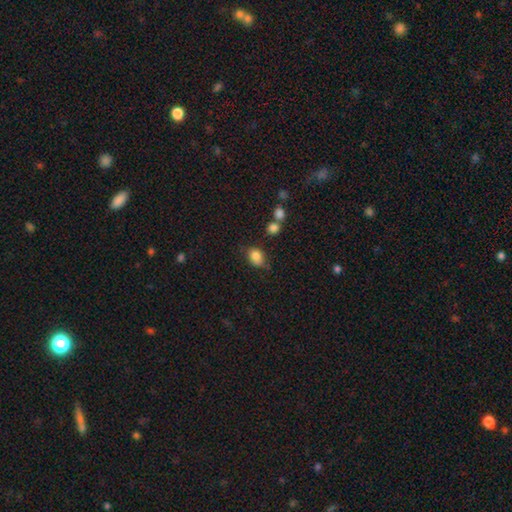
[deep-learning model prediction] smooth 84%, star or artifact 10%, featured or disk 6%. Down the decision tree: how rounded — in between (63%); merging — none (64%).